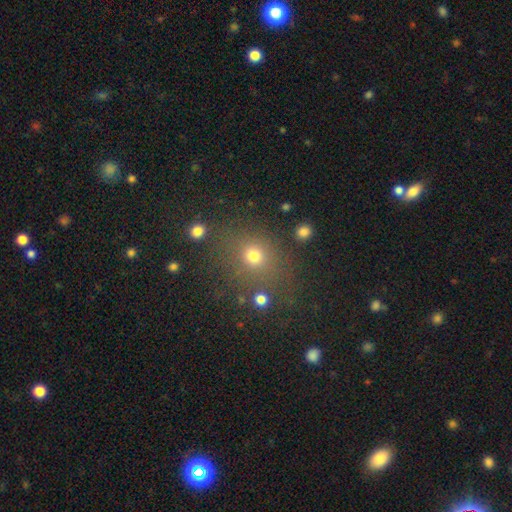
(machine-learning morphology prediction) Q: Smooth or featured?
A: smooth (71%); runner-up: star or artifact (20%)
Q: How rounded?
A: round (74%); runner-up: in between (24%)
Q: Merging?
A: none (74%); runner-up: minor disturbance (11%)